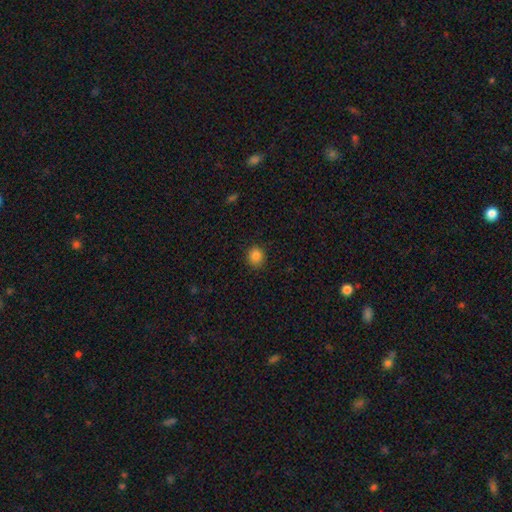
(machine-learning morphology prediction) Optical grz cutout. It shows a smooth galaxy with no disk features (84%) that is round (83%). Merging: none (88%).